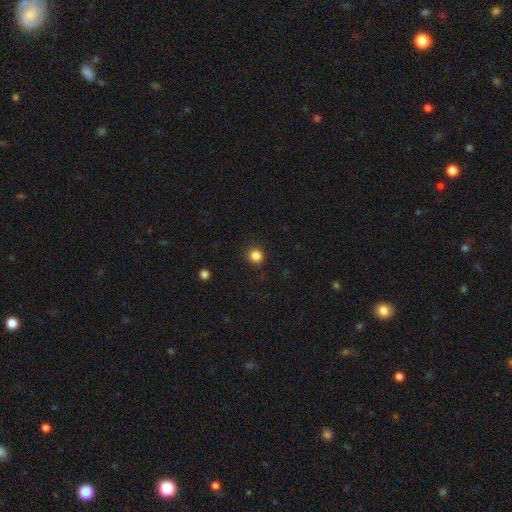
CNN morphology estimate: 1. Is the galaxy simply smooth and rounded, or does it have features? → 85% smooth, 12% star or artifact, 4% featured or disk.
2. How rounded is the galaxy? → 89% round, 10% in between, 1% cigar-shaped.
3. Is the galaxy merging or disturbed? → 89% none, 8% minor disturbance, 2% major disturbance, 1% merger.